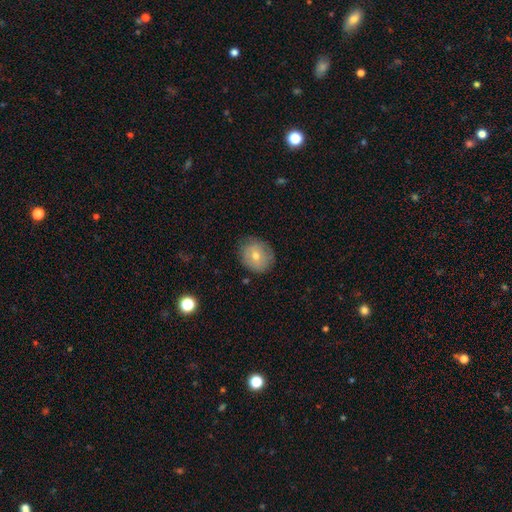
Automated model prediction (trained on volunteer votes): This is likely a smooth galaxy (61%). How rounded: likely round (77%). Merging: clearly none (82%).